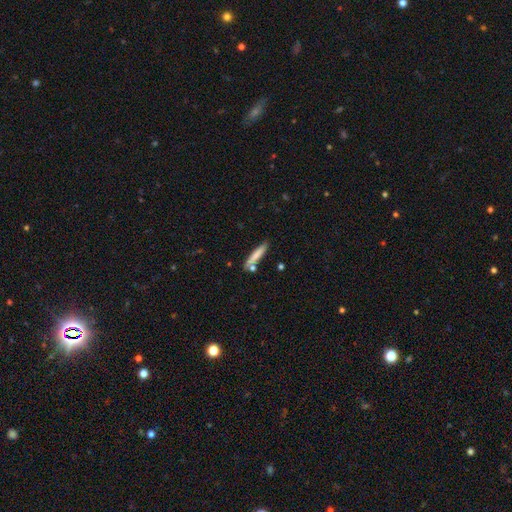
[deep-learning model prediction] Smooth or featured? smooth (77%)
How rounded? cigar-shaped (91%)
Merging? none (76%)